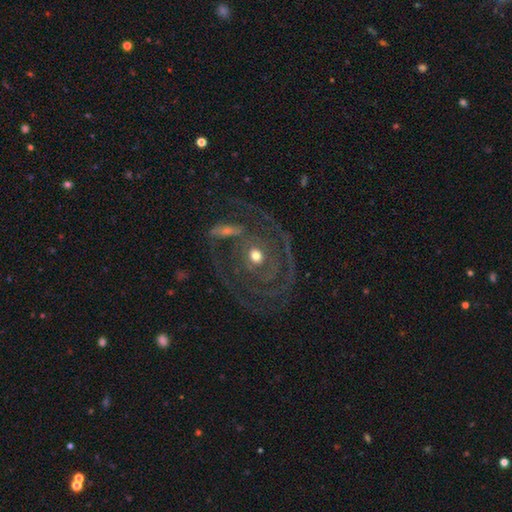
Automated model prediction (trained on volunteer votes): featured or disk 80%, smooth 12%, star or artifact 8%. Down the decision tree: edge-on disk — no (96%); bar — no (78%); spiral arms — yes (83%); spiral arm count — 2 (33%); spiral winding — tight (55%); bulge size — moderate (56%); merging — none (57%).